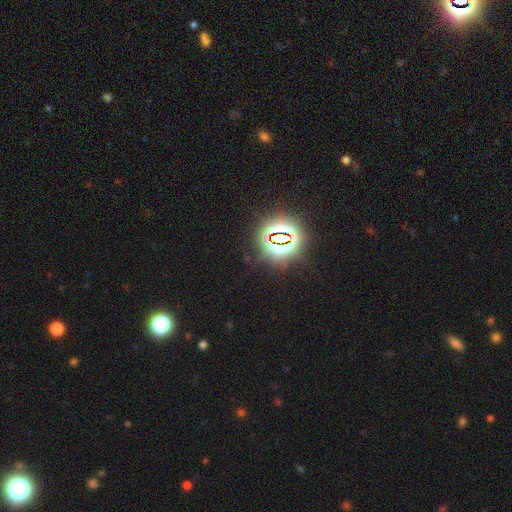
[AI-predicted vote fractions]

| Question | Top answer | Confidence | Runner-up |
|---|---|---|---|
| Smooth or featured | star or artifact | 82% | smooth (12%) |